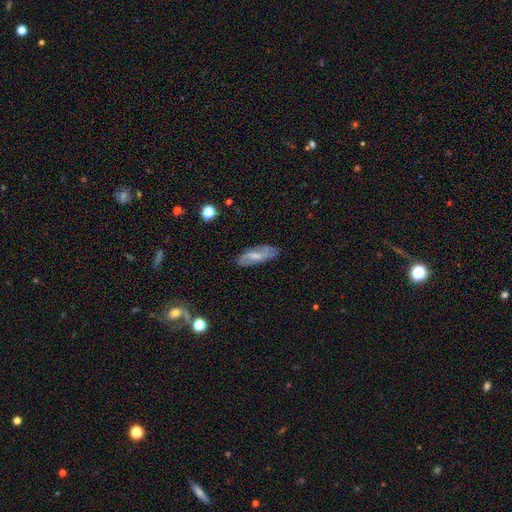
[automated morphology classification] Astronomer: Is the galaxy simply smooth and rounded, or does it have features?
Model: featured or disk — 55% (runner-up: smooth, 37%).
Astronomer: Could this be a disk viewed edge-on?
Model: no — 84%.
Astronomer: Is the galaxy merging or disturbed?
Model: none — 74%.